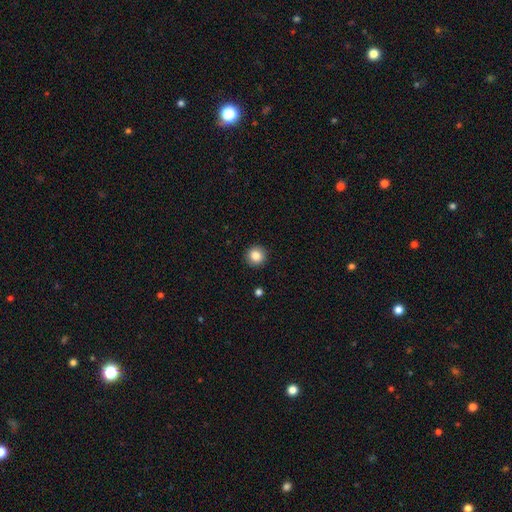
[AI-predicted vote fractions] A smooth galaxy with no disk features (84%) that is round (94%).

Vote fractions:
- Smooth or featured? smooth: 84% / star or artifact: 10% / featured or disk: 6%
- How rounded? round: 94% / in between: 5% / cigar-shaped: 1%
- Merging? none: 93% / minor disturbance: 5% / major disturbance: 2% / merger: 1%